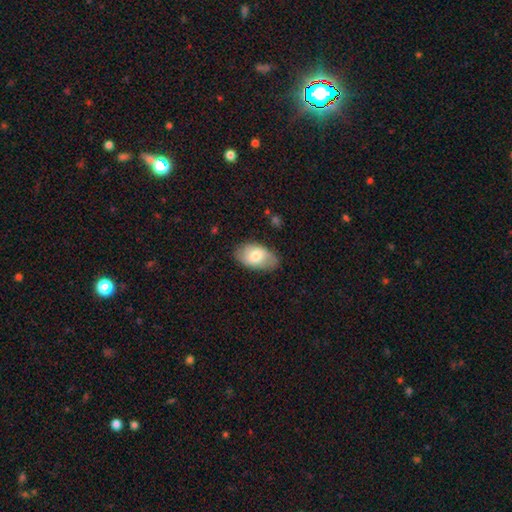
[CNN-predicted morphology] Q: Smooth or featured?
A: smooth (68%); runner-up: featured or disk (26%)
Q: How rounded?
A: in between (93%); runner-up: round (5%)
Q: Merging?
A: none (78%); runner-up: minor disturbance (17%)